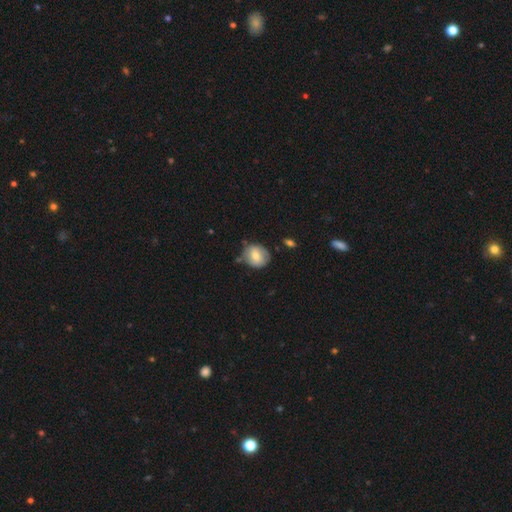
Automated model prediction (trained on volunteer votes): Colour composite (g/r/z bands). It shows a smooth galaxy with no disk features (67%) that is round (78%). Merging: none (68%).